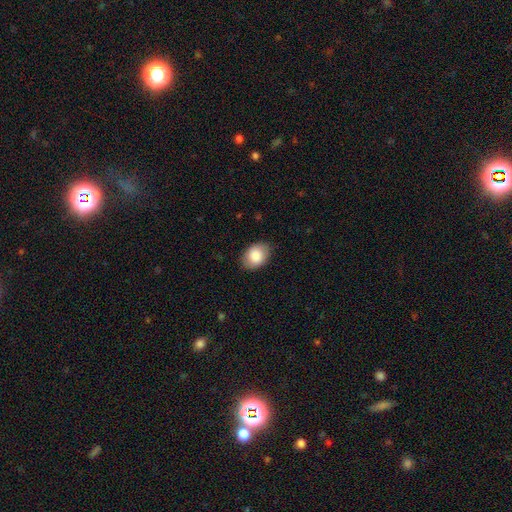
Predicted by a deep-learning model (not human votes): The model was most divided on "how rounded": in between: 76%, round: 23%, cigar-shaped: 1%. More confident: smooth or featured — smooth (86%); merging — none (83%).